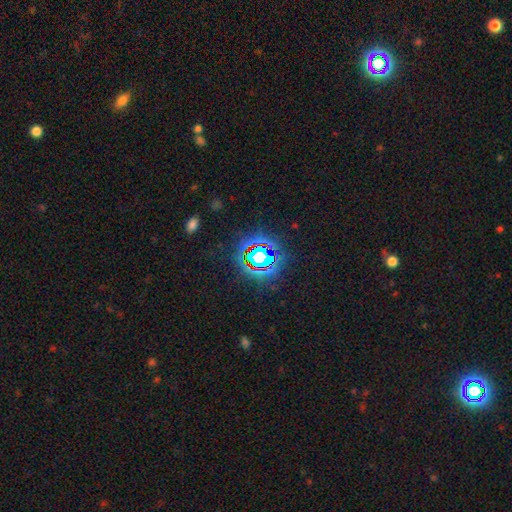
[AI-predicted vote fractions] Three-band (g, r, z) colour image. It shows a star or artifact, not a galaxy (74%).